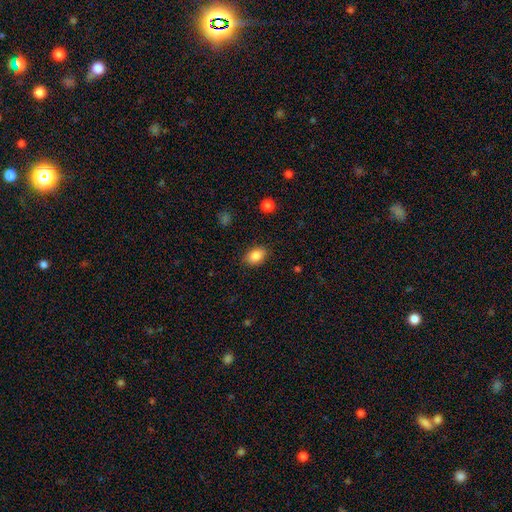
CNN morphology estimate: A smooth galaxy with no disk features (86%) that is in between round and cigar-shaped (82%).

Vote fractions:
- Smooth or featured? smooth: 86% / star or artifact: 8% / featured or disk: 6%
- How rounded? in between: 82% / round: 17% / cigar-shaped: 1%
- Merging? none: 86% / minor disturbance: 10% / major disturbance: 3% / merger: 1%